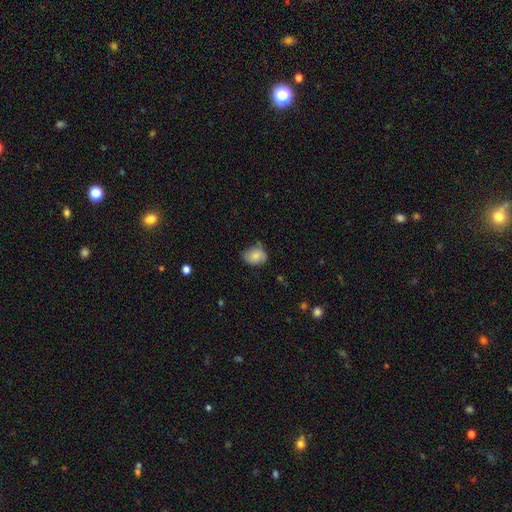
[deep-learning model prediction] Q: Smooth or featured?
A: smooth (74%); runner-up: featured or disk (18%)
Q: How rounded?
A: in between (55%); runner-up: round (44%)
Q: Merging?
A: none (54%); runner-up: minor disturbance (36%)